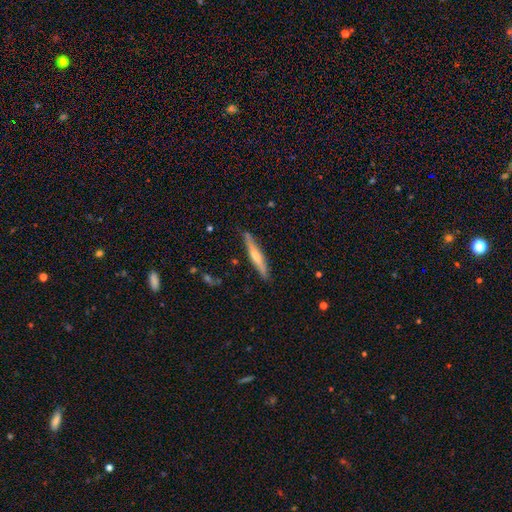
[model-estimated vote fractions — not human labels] A featured or disk galaxy (54%) viewed edge-on (95%) with a rounded central bulge (63%). Merging: none (85%).